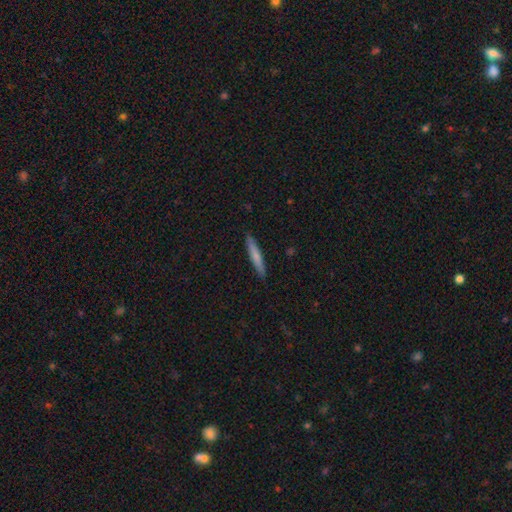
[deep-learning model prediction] The model was most divided on "smooth or featured": smooth: 69%, featured or disk: 25%, star or artifact: 5%. More confident: how rounded — cigar-shaped (95%); merging — none (91%).